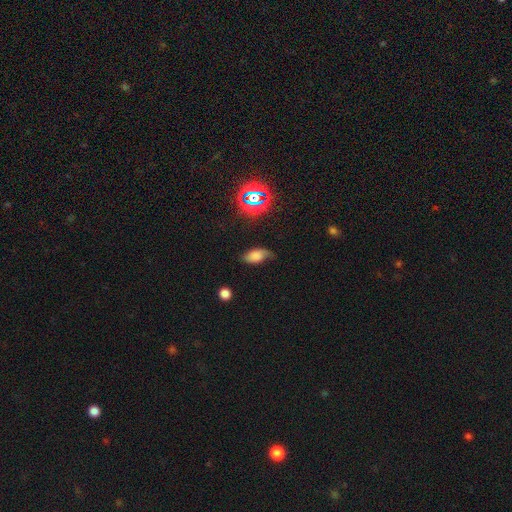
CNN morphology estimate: A smooth galaxy with no disk features (62%) that is in between round and cigar-shaped (89%). Merging: none (55%).